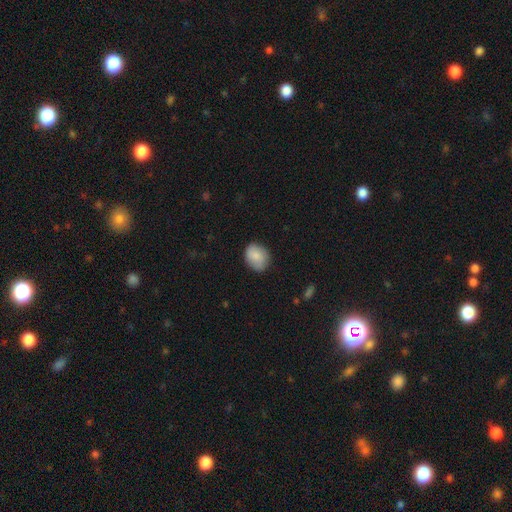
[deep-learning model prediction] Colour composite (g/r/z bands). It shows a smooth galaxy with no disk features (84%) that is in between round and cigar-shaped (53%). Merging: none (77%).